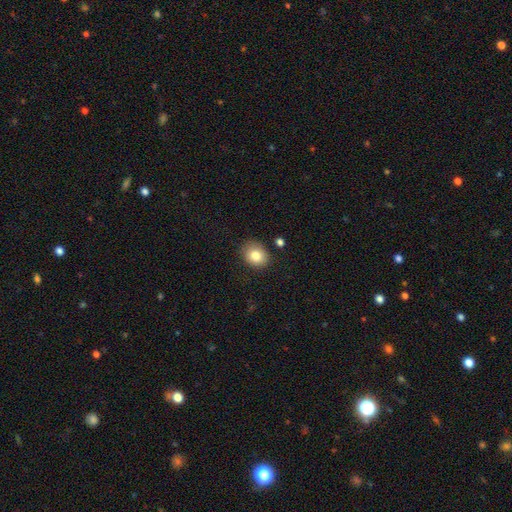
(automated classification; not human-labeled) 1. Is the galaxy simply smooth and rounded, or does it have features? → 83% smooth, 9% star or artifact, 8% featured or disk.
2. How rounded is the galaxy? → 56% round, 43% in between, 1% cigar-shaped.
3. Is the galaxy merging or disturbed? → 79% none, 14% minor disturbance, 4% major disturbance, 3% merger.